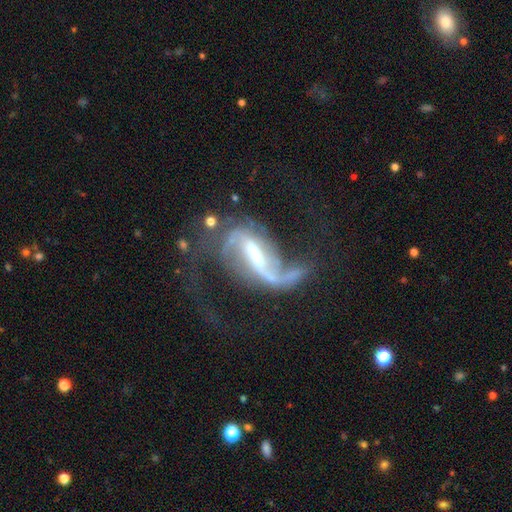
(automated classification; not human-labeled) smooth_or_featured: featured or disk (p=0.86) [alt: star or artifact p=0.07]
disk_edge_on: no (p=0.93) [alt: yes p=0.07]
bar: strong (p=0.59) [alt: weak p=0.32]
has_spiral_arms: yes (p=0.93) [alt: no p=0.07]
spiral_winding: loose (p=0.73) [alt: medium p=0.21]
spiral_arm_count: 2 (p=0.78) [alt: 1 p=0.12]
bulge_size: moderate (p=0.45) [alt: small p=0.32]
merging: none (p=0.38) [alt: major disturbance p=0.37]